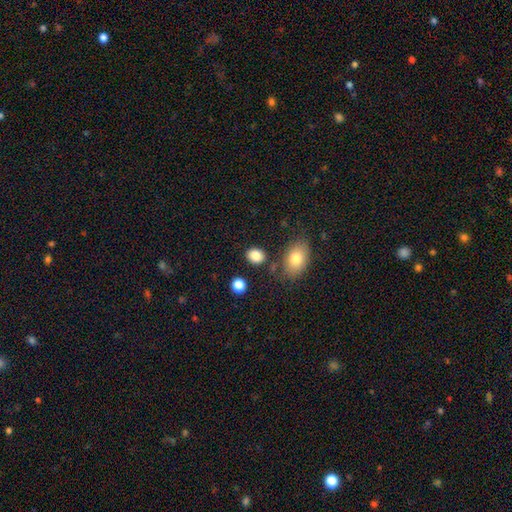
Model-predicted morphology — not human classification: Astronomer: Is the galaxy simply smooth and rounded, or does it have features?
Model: smooth — 85%.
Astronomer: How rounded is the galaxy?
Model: in between — 55% (runner-up: round, 44%).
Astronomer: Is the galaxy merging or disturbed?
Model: none — 80%.